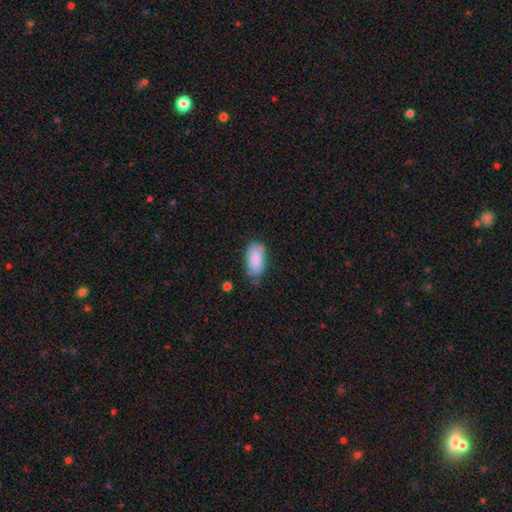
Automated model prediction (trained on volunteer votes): This is clearly a smooth galaxy (85%). How rounded: clearly in between (93%). Merging: likely none (64%).